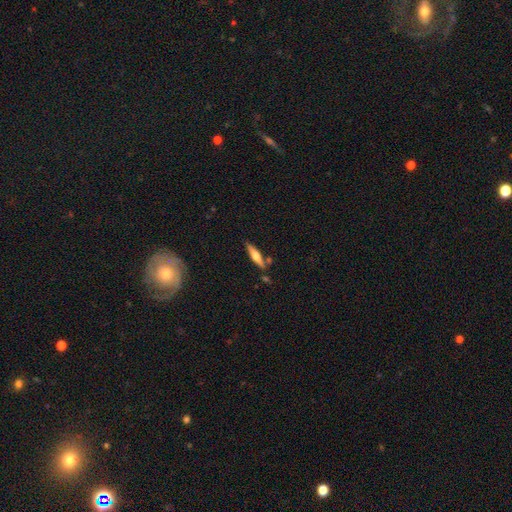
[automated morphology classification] Smooth or featured?
  - featured or disk: 53% *
  - smooth: 42%
  - star or artifact: 6%
Edge-on disk?
  - yes: 94% *
  - no: 6%
Merging?
  - none: 78% *
  - minor disturbance: 12%
  - merger: 7%
  - major disturbance: 3%